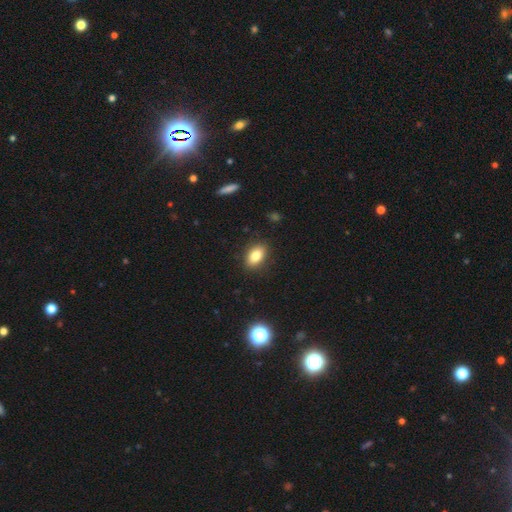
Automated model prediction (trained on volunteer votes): This appears to be a smooth galaxy with no disk features (82%) that is in between round and cigar-shaped (85%). Merging: none (87%).